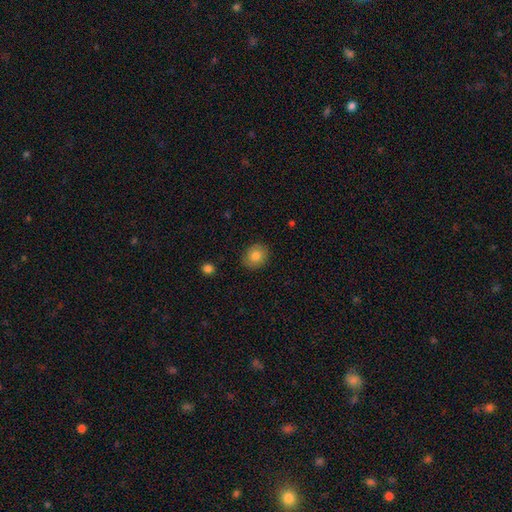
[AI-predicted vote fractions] A smooth galaxy with no disk features (80%) that is round (71%).

Vote fractions:
- Smooth or featured? smooth: 80% / featured or disk: 11% / star or artifact: 9%
- How rounded? round: 71% / in between: 29% / cigar-shaped: 1%
- Merging? none: 86% / minor disturbance: 10% / major disturbance: 2% / merger: 1%